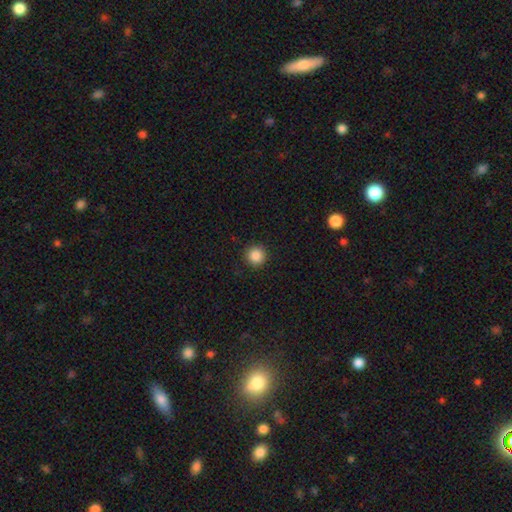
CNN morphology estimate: A smooth galaxy with no disk features (87%) that is round (95%). Merging: none (92%).